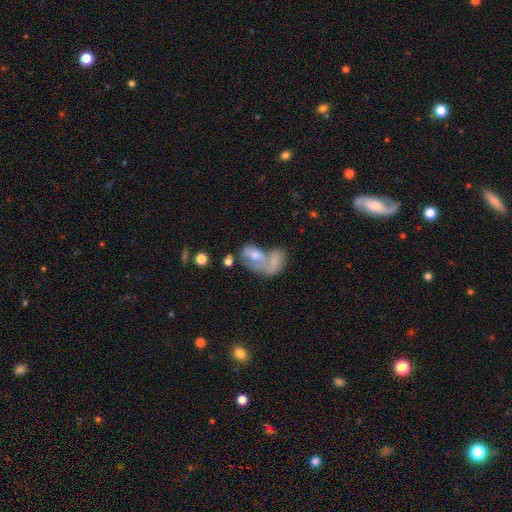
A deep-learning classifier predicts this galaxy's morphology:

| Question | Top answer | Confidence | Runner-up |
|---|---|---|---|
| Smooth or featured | smooth | 51% | featured or disk (37%) |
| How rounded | in between | 83% | round (13%) |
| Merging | merger | 61% | none (16%) |